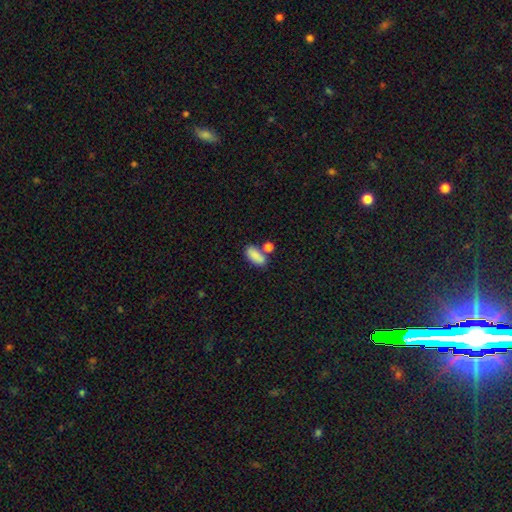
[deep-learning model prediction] The model was most divided on "merging": none: 56%, merger: 27%, minor disturbance: 13%, major disturbance: 5%. More confident: how rounded — in between (88%); smooth or featured — smooth (86%).